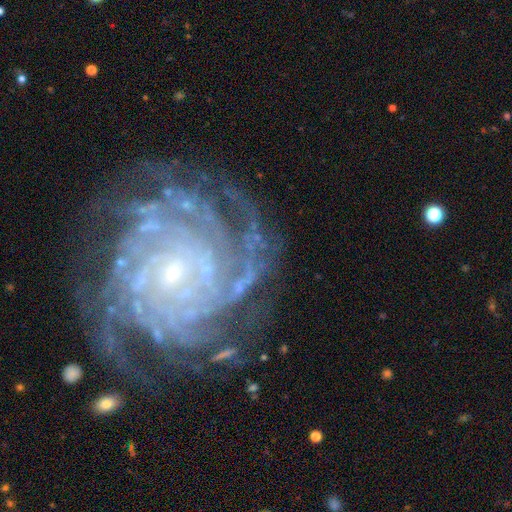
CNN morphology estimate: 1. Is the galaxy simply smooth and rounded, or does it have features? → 90% featured or disk, 6% star or artifact, 4% smooth.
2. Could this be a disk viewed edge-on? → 98% no, 2% yes.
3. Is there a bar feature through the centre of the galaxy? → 67% no, 24% weak, 9% strong.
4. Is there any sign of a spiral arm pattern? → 98% yes, 2% no.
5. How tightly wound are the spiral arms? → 79% tight, 18% medium, 3% loose.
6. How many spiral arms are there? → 35% more than 4, 21% 4, 18% can't tell, 10% 3, 9% 2, 8% 1.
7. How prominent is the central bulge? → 84% small, 11% moderate, 3% none, 1% large, 1% dominant.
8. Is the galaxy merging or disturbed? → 75% none, 15% minor disturbance, 7% major disturbance, 2% merger.